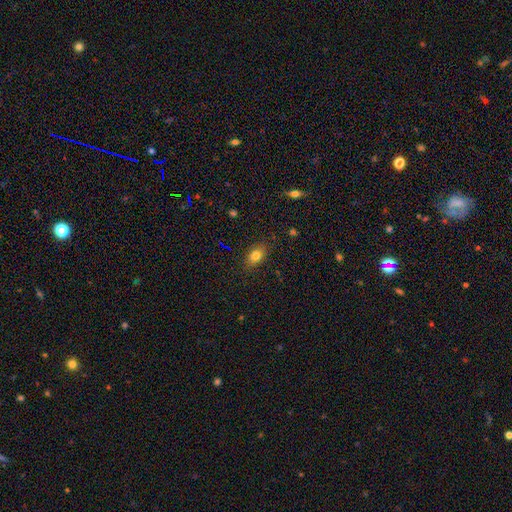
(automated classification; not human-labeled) This appears to be a smooth galaxy with no disk features (80%) that is in between round and cigar-shaped (80%). Merging: none (85%).